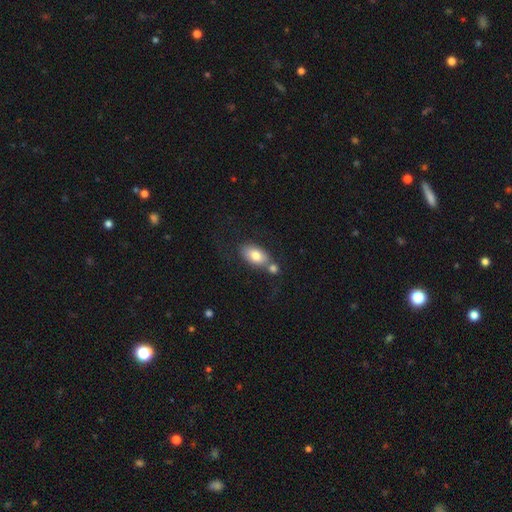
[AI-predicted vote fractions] Morphology: type=smooth (77%); roundness=in between (89%); merging=none (47%).